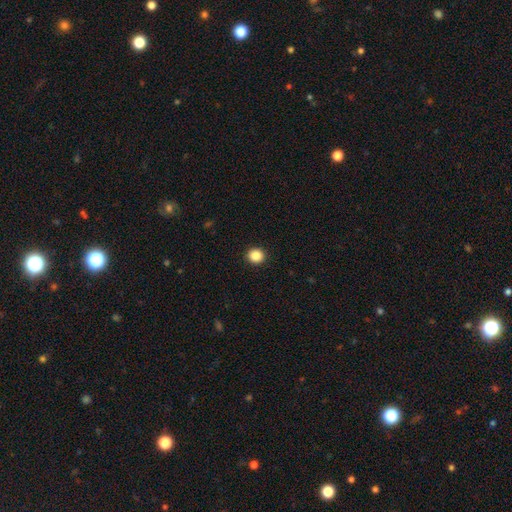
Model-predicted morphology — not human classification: type=smooth (87%); roundness=round (90%); merging=none (93%).